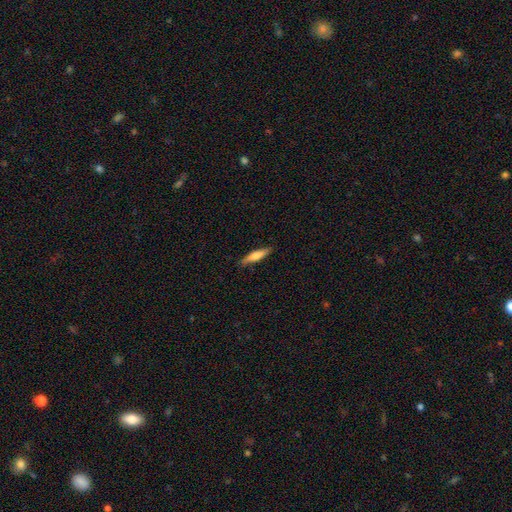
smooth 78%, featured or disk 19%, star or artifact 3%. Down the decision tree: how rounded — cigar-shaped (83%); merging — none (92%).